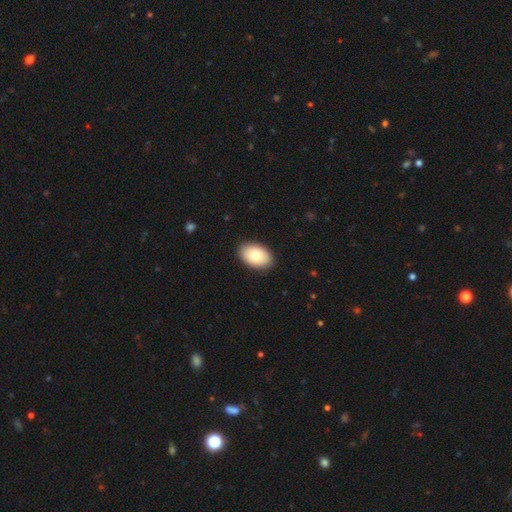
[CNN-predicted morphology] smooth-or-featured: smooth: 77% | featured or disk: 17% | star or artifact: 6%
  how-rounded: in between: 90% | round: 9% | cigar-shaped: 1%
  merging: none: 90% | minor disturbance: 7% | major disturbance: 2% | merger: 1%